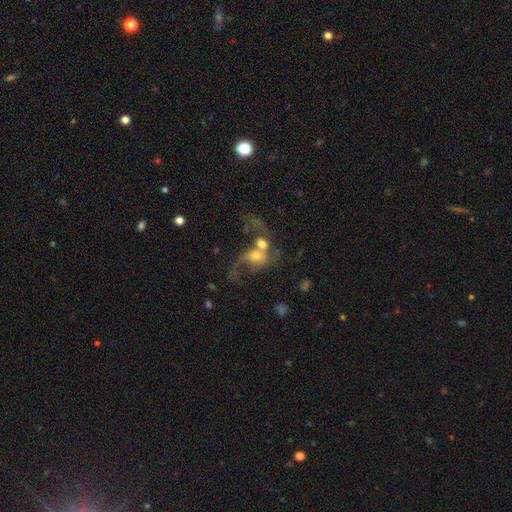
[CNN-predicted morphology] featured or disk 56%, smooth 33%, star or artifact 11%. Down the decision tree: edge-on disk — no (96%); bar — no (68%); spiral arms — yes (70%); bulge size — moderate (49%); merging — merger (68%).